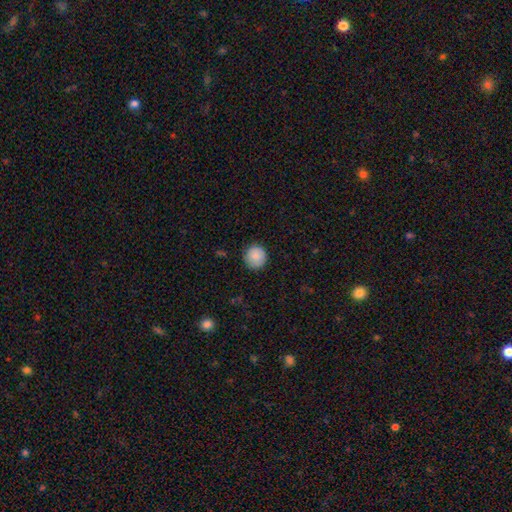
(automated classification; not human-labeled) smooth_or_featured: smooth (p=0.88) [alt: star or artifact p=0.08]
how_rounded: round (p=0.94) [alt: in between p=0.05]
merging: none (p=0.89) [alt: minor disturbance p=0.08]